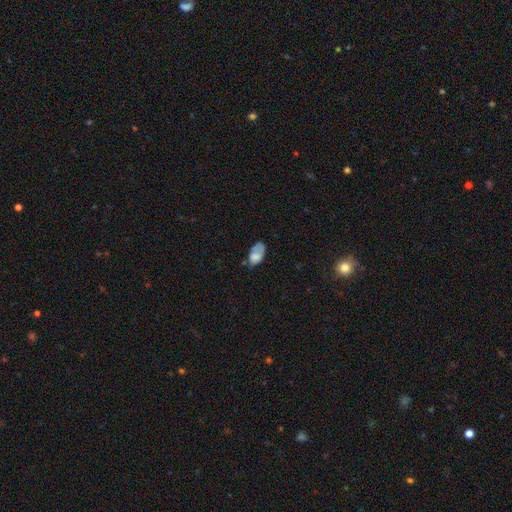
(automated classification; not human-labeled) Overall: smooth (70%). How rounded: in between (92%). Merging: none (39%; minor disturbance 35%).